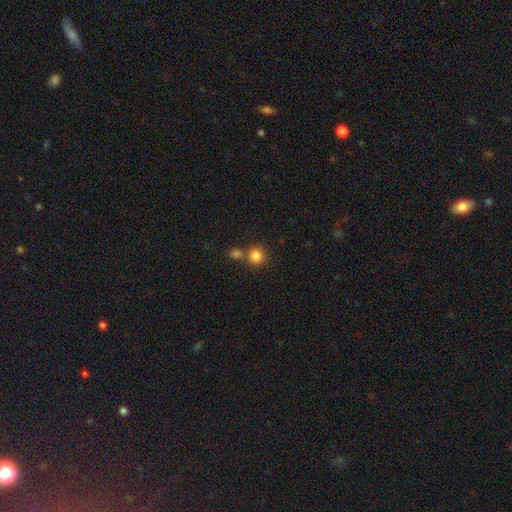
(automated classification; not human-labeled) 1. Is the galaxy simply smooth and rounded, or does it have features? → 83% smooth, 11% star or artifact, 5% featured or disk.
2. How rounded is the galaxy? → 92% round, 7% in between, 1% cigar-shaped.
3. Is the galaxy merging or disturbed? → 63% none, 27% merger, 7% minor disturbance, 3% major disturbance.